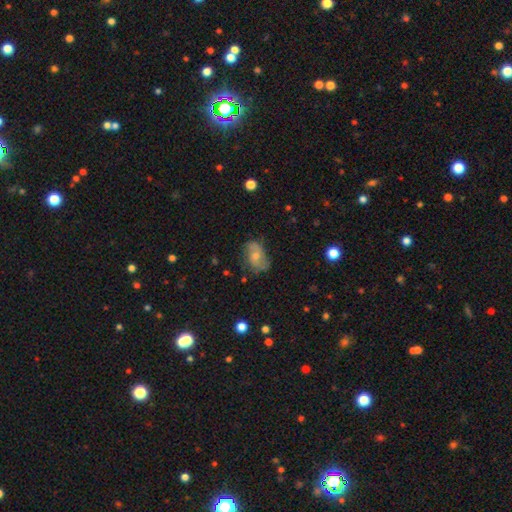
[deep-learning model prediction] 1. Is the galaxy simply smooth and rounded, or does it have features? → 48% featured or disk, 43% smooth, 8% star or artifact.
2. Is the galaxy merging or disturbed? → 63% none, 25% minor disturbance, 10% major disturbance, 2% merger.